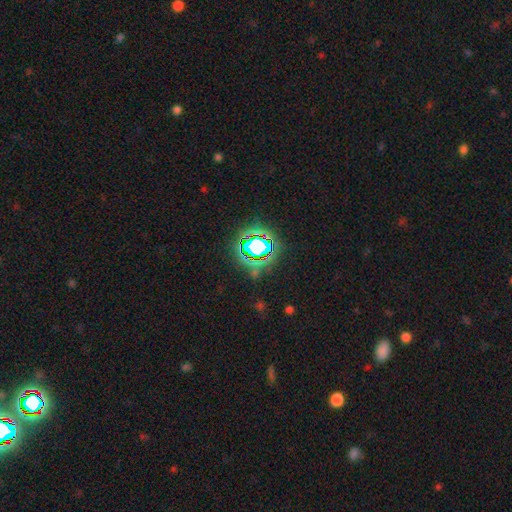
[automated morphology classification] This appears to be a star or artifact, not a galaxy (80%).